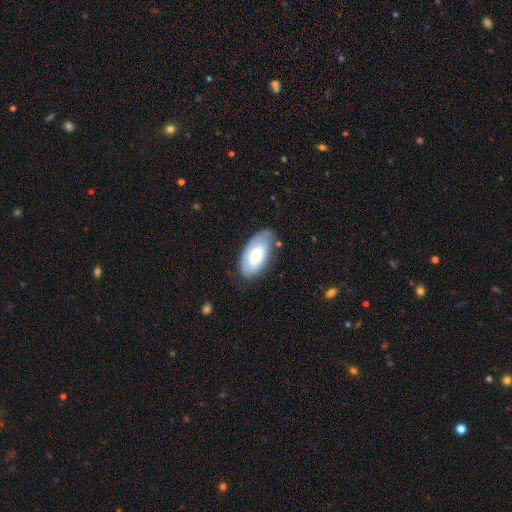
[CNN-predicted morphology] Smooth or featured? smooth (58%)
How rounded? in between (94%)
Merging? none (69%)